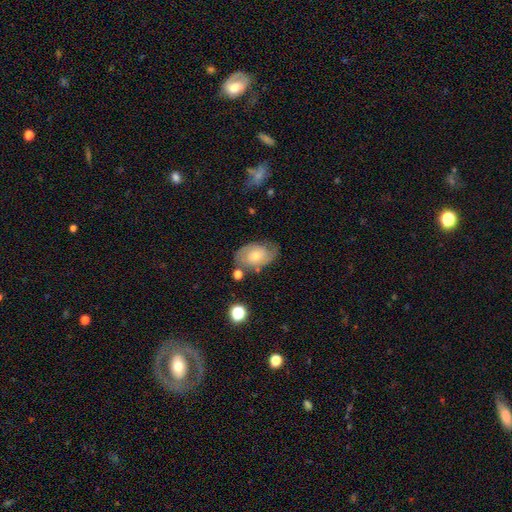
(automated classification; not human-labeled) This appears to be a featured or disk galaxy (60%) with no bar (77%), spiral arms (79%) and a small central bulge (51%). Merging: none (67%).